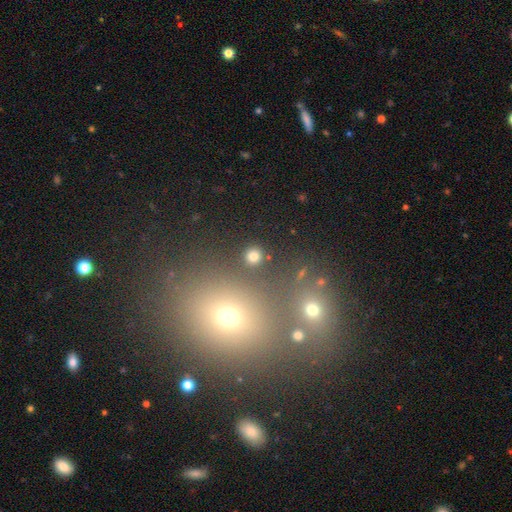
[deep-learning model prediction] This appears to be a smooth galaxy with no disk features (77%) that is round (91%). Merging: none (88%).